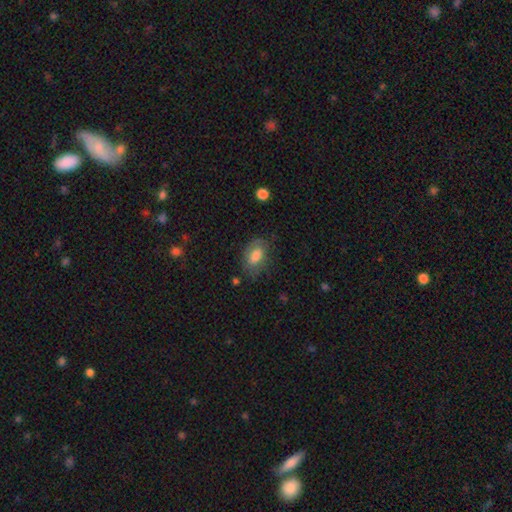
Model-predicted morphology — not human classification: Overall: smooth (63%; featured or disk 29%). How rounded: in between (88%). Merging: none (65%).